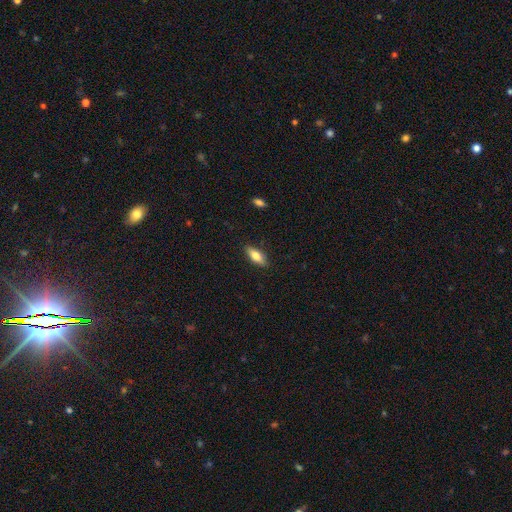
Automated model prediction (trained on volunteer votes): Smooth or featured?
  - smooth: 71% *
  - featured or disk: 22%
  - star or artifact: 7%
How rounded?
  - in between: 70% *
  - cigar-shaped: 28%
  - round: 2%
Merging?
  - none: 88% *
  - minor disturbance: 9%
  - major disturbance: 2%
  - merger: 1%